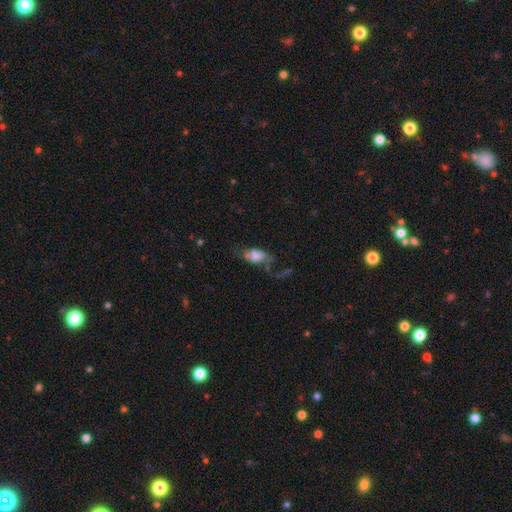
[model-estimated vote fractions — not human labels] Smooth or featured? smooth (51%)
How rounded? in between (84%)
Merging? major disturbance (40%)